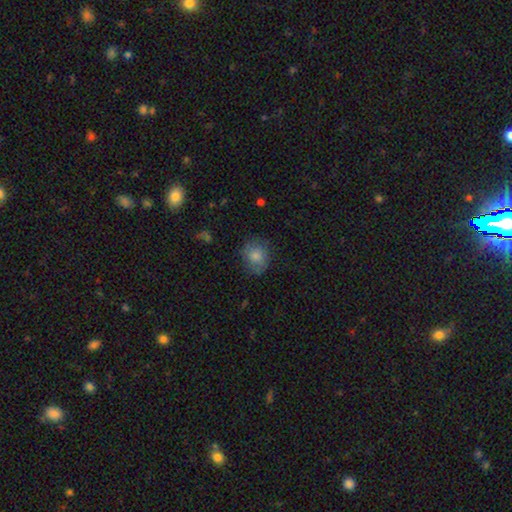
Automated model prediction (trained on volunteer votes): Morphology: type=smooth (76%); roundness=round (69%); merging=none (74%).